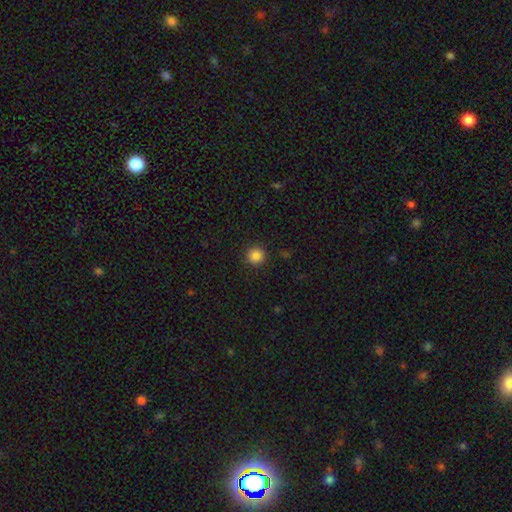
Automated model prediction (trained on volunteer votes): Smooth or featured: smooth — 87% (star or artifact — 11%)
How rounded: round — 94% (in between — 5%)
Merging: none — 91% (minor disturbance — 6%)